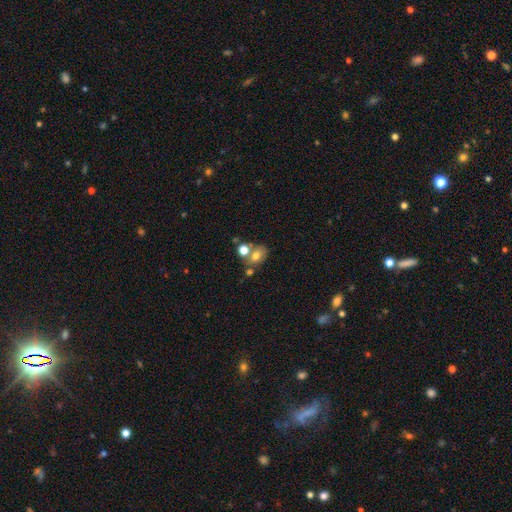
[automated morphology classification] This appears to be a smooth galaxy with no disk features (69%) that is in between round and cigar-shaped (55%). Merging: none (45%).